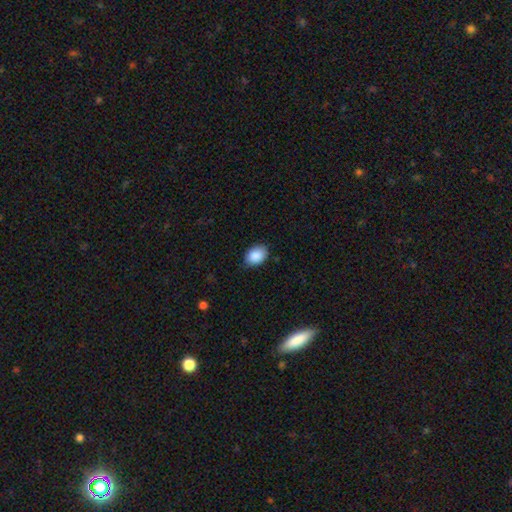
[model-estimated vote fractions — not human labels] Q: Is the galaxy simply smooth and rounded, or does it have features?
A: smooth — 89%.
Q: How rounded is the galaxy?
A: in between — 80%.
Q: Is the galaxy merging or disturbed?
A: none — 80%.